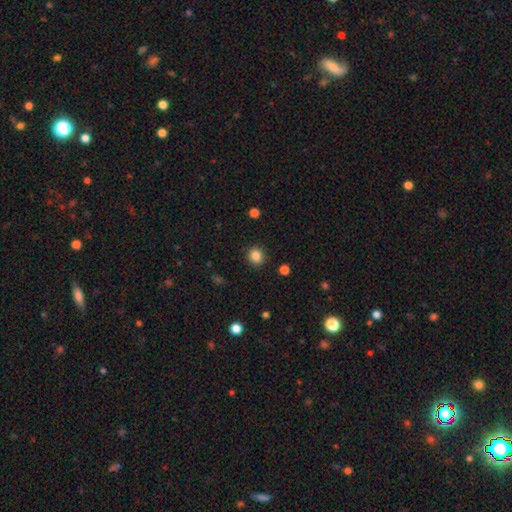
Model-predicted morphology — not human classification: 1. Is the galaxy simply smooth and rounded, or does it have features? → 85% smooth, 11% star or artifact, 4% featured or disk.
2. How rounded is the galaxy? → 88% round, 11% in between, 1% cigar-shaped.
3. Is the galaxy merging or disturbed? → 90% none, 6% minor disturbance, 2% major disturbance, 1% merger.